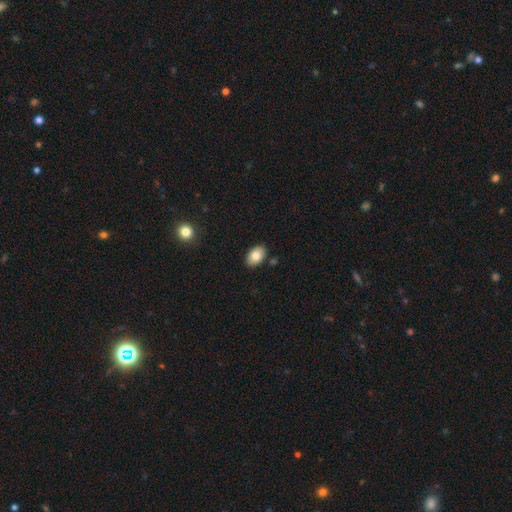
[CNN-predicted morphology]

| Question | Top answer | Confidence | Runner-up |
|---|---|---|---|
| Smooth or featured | smooth | 80% | featured or disk (12%) |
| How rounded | in between | 89% | round (10%) |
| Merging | none | 86% | minor disturbance (9%) |